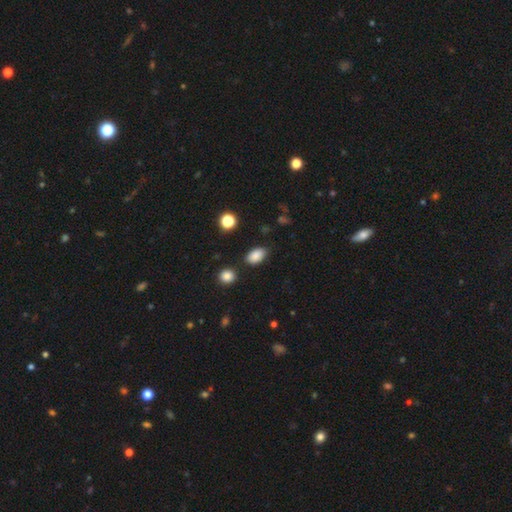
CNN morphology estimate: smooth 86%, star or artifact 9%, featured or disk 5%. Down the decision tree: how rounded — in between (90%); merging — none (82%).